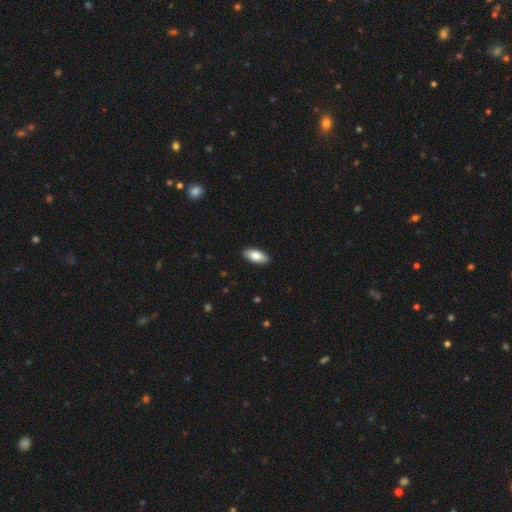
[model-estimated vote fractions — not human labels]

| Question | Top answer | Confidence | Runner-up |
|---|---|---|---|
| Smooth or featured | smooth | 83% | featured or disk (11%) |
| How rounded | in between | 88% | cigar-shaped (10%) |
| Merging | none | 90% | minor disturbance (7%) |